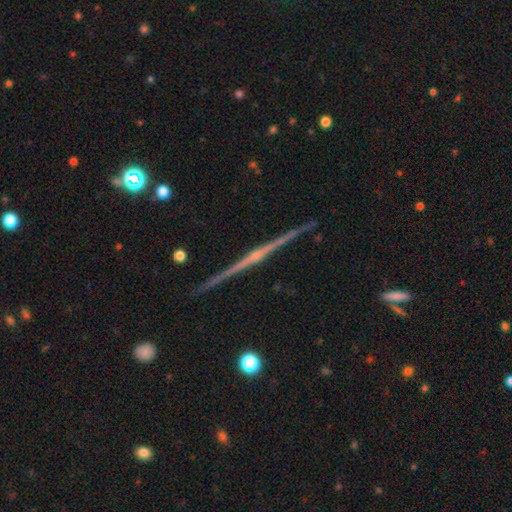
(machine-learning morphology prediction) Q: Smooth or featured?
A: featured or disk (84%); runner-up: smooth (9%)
Q: Edge-on disk?
A: yes (99%); runner-up: no (1%)
Q: Edge-on bulge?
A: rounded (60%); runner-up: none (29%)
Q: Merging?
A: none (92%); runner-up: minor disturbance (5%)